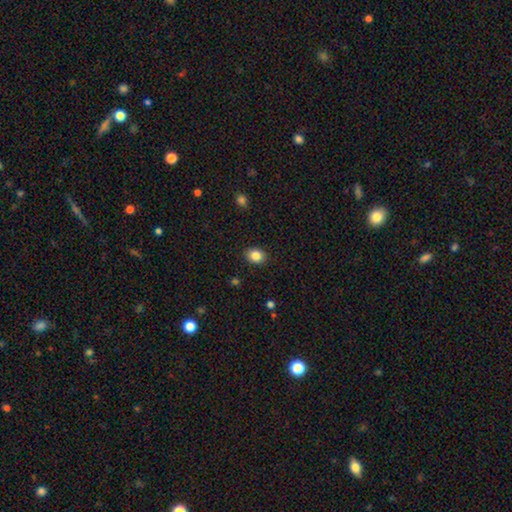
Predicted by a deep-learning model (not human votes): A smooth galaxy with no disk features (86%) that is in between round and cigar-shaped (51%). Merging: none (89%).